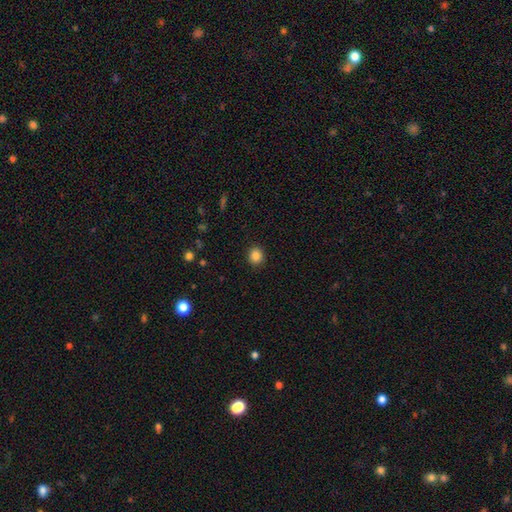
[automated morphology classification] This is clearly a smooth galaxy (86%). How rounded: clearly round (81%). Merging: clearly none (91%).